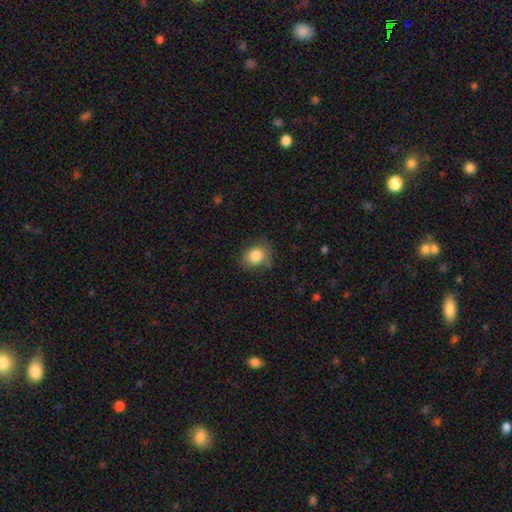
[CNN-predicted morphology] This is clearly a smooth galaxy (83%). How rounded: possibly round (52%). Merging: likely none (71%).